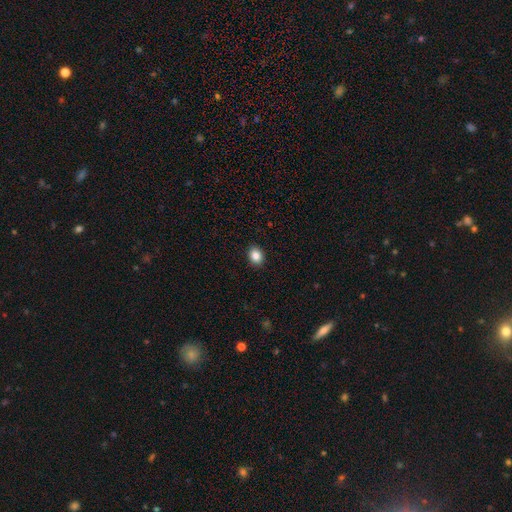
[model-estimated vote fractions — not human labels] Smooth or featured: smooth — 86% (star or artifact — 9%)
How rounded: in between — 51% (round — 49%)
Merging: none — 92% (minor disturbance — 6%)